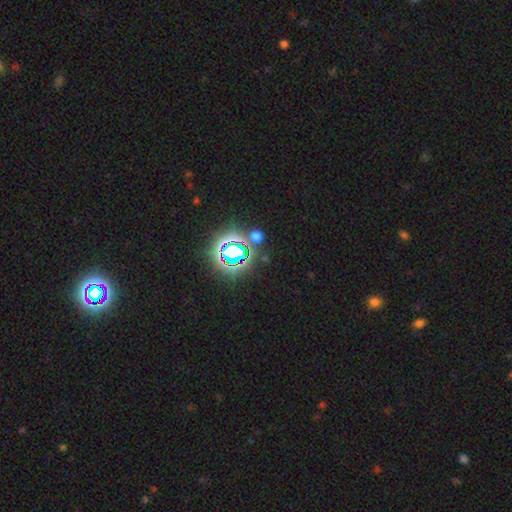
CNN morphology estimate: Q: Smooth or featured?
A: star or artifact (78%); runner-up: smooth (15%)